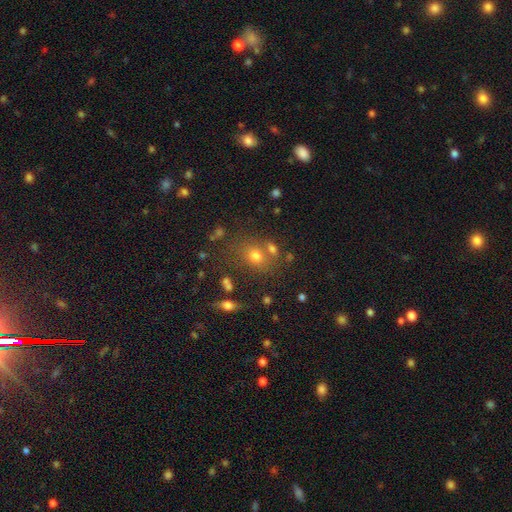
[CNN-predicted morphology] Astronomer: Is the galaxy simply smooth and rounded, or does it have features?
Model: smooth — 68%.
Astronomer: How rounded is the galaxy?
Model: round — 54% (runner-up: in between, 45%).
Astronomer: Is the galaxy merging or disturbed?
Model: none — 62%.